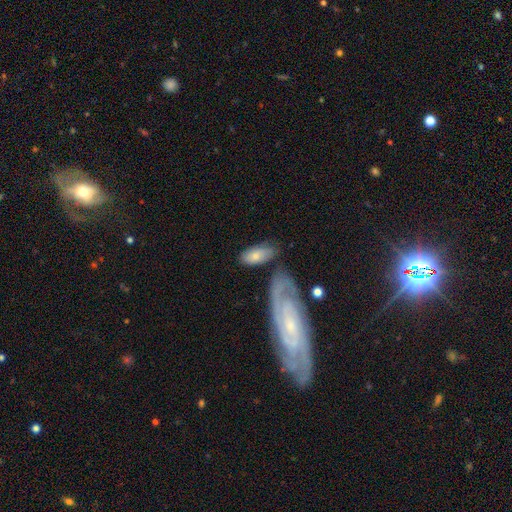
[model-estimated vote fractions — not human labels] Smooth or featured? Predicted: smooth (p=0.66). How rounded? Predicted: in between (p=0.90). Merging? Predicted: none (p=0.58).